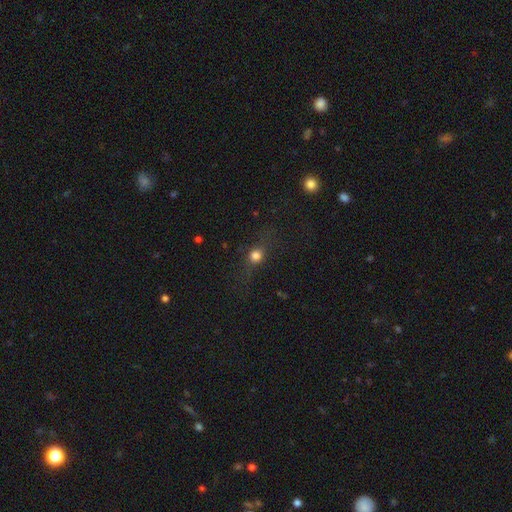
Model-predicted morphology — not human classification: Overall: smooth (67%). How rounded: round (69%). Merging: none (74%).